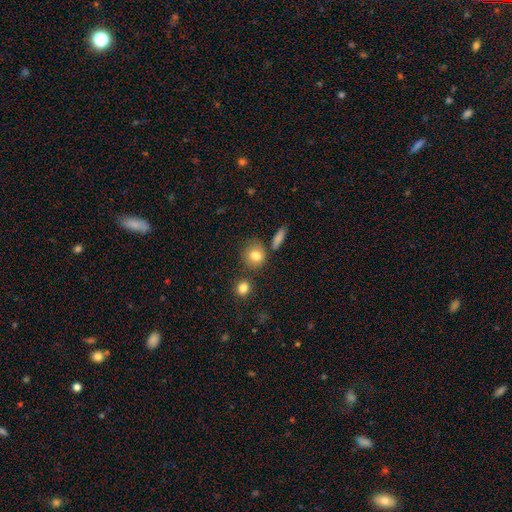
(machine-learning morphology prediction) Overall: smooth (80%). How rounded: round (79%). Merging: none (73%).